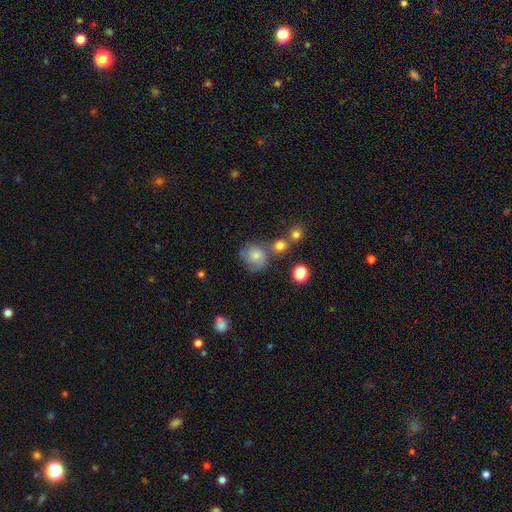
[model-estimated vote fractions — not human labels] smooth 65%, featured or disk 24%, star or artifact 11%. Down the decision tree: how rounded — round (79%); merging — none (55%).